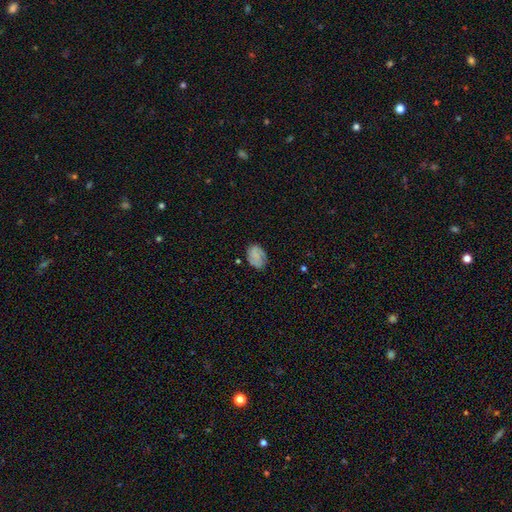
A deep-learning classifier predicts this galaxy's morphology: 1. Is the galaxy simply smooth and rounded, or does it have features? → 68% smooth, 22% featured or disk, 11% star or artifact.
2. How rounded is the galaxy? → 79% in between, 20% round, 1% cigar-shaped.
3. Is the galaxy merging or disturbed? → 74% none, 19% minor disturbance, 5% major disturbance, 2% merger.